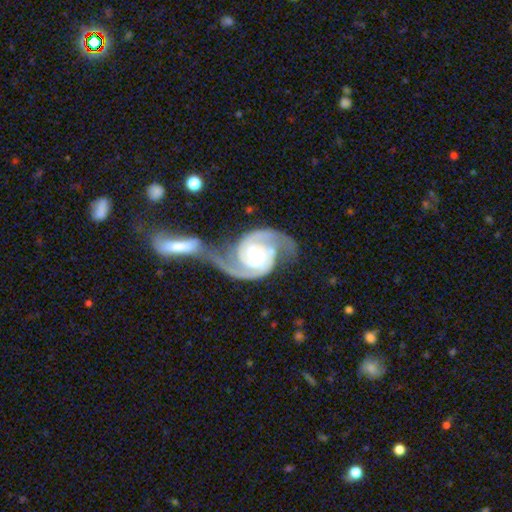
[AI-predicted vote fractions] Overall: featured or disk (93%). Edge-on disk: no (98%). Bar: weak (42%; no 33%). Spiral arms: yes (98%). Spiral arm count: 2 (92%). Spiral winding: medium (49%; tight 40%). Bulge size: small (49%; moderate 38%). Merging: merger (53%; none 27%).